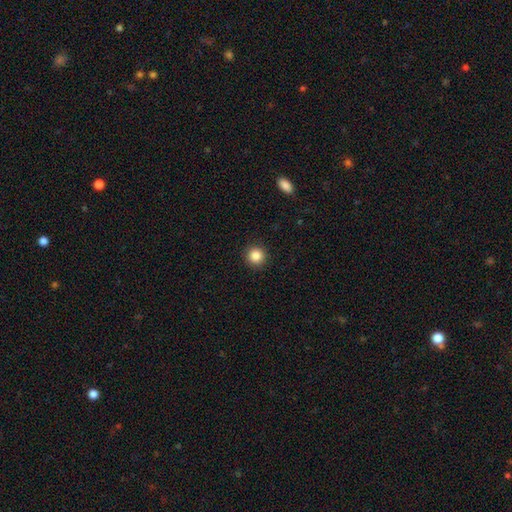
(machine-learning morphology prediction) smooth-or-featured: smooth: 86% | star or artifact: 10% | featured or disk: 4%
  how-rounded: round: 95% | in between: 4% | cigar-shaped: 1%
  merging: none: 92% | minor disturbance: 5% | major disturbance: 2% | merger: 1%